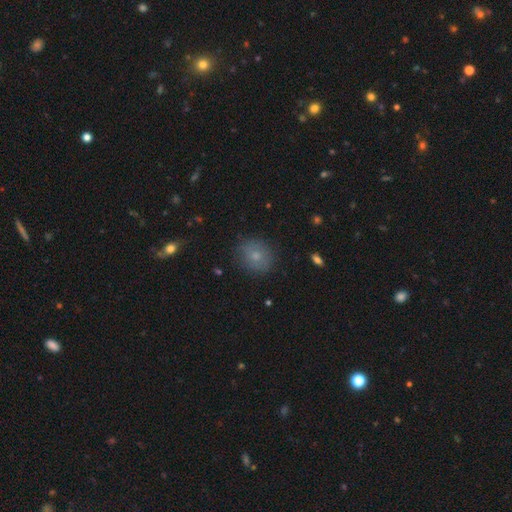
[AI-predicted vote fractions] smooth_or_featured: smooth (p=0.72) [alt: featured or disk p=0.16]
how_rounded: round (p=0.76) [alt: in between p=0.23]
merging: none (p=0.82) [alt: minor disturbance p=0.14]